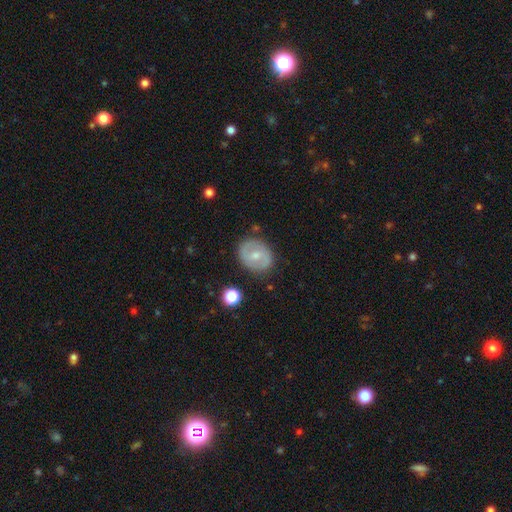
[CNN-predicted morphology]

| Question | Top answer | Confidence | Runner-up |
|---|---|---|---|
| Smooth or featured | featured or disk | 57% | smooth (36%) |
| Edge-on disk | no | 96% | yes (4%) |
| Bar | weak | 44% | no (37%) |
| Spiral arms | no | 51% | yes (49%) |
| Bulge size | moderate | 52% | small (43%) |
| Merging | none | 83% | minor disturbance (12%) |